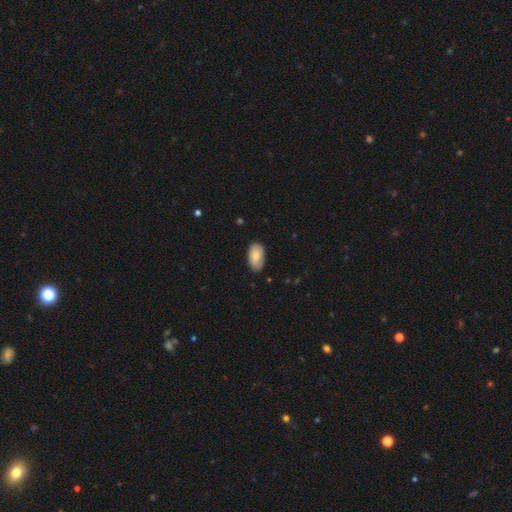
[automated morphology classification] This is clearly a smooth galaxy (82%). How rounded: clearly in between (95%). Merging: likely none (79%).